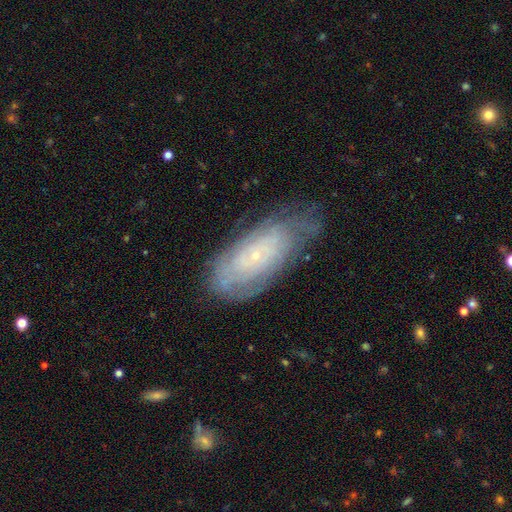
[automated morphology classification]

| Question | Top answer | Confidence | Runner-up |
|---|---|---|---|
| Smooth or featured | featured or disk | 70% | smooth (22%) |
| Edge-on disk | no | 90% | yes (10%) |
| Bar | no | 79% | weak (17%) |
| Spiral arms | yes | 83% | no (17%) |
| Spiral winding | tight | 75% | medium (19%) |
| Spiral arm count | can't tell | 64% | 2 (11%) |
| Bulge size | small | 87% | moderate (8%) |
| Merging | none | 66% | minor disturbance (24%) |